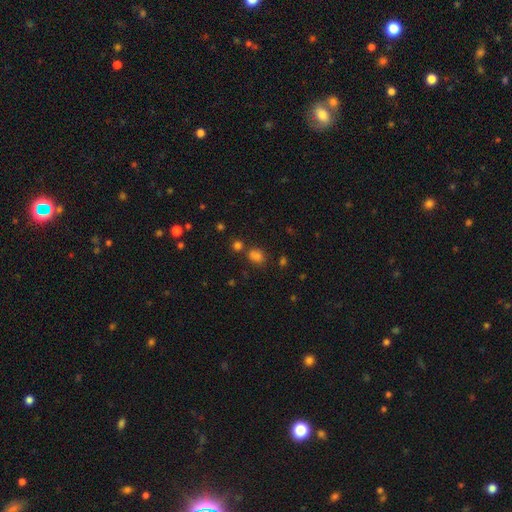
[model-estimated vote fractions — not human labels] A smooth galaxy with no disk features (68%) that is round (67%).

Vote fractions:
- Smooth or featured? smooth: 68% / star or artifact: 26% / featured or disk: 7%
- How rounded? round: 67% / in between: 32% / cigar-shaped: 1%
- Merging? none: 65% / merger: 18% / minor disturbance: 11% / major disturbance: 5%